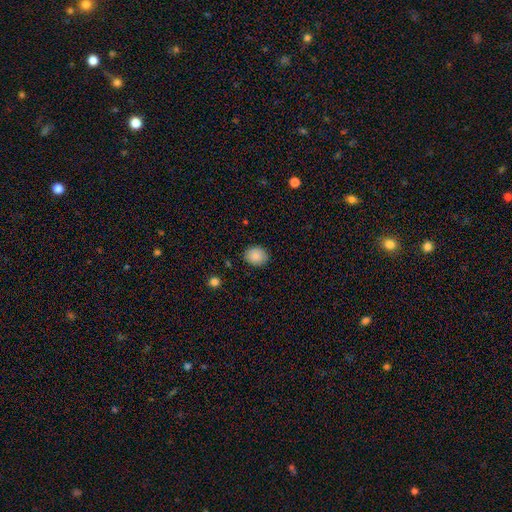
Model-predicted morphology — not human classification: Smooth or featured? smooth (87%)
How rounded? round (65%)
Merging? none (87%)